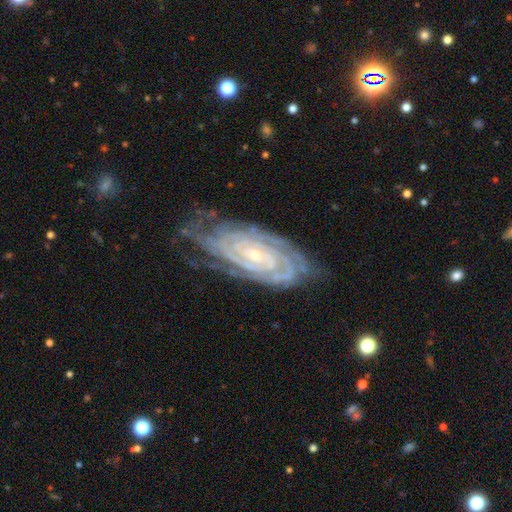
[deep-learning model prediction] smooth_or_featured: featured or disk (p=0.90) [alt: star or artifact p=0.05]
disk_edge_on: no (p=0.94) [alt: yes p=0.06]
bar: no (p=0.61) [alt: weak p=0.26]
has_spiral_arms: yes (p=0.98) [alt: no p=0.02]
spiral_winding: tight (p=0.84) [alt: medium p=0.14]
spiral_arm_count: can't tell (p=0.26) [alt: 4 p=0.20]
bulge_size: small (p=0.78) [alt: moderate p=0.19]
merging: none (p=0.66) [alt: minor disturbance p=0.24]